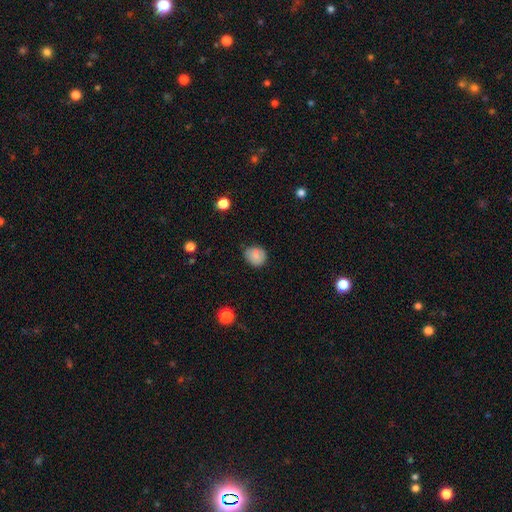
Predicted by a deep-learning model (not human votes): Smooth or featured: smooth — 81% (featured or disk — 11%)
How rounded: round — 76% (in between — 23%)
Merging: none — 73% (minor disturbance — 22%)